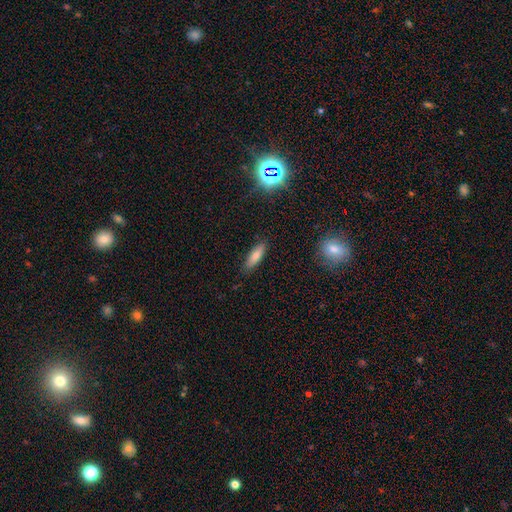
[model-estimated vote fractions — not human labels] Smooth or featured? Predicted: smooth (p=0.77). How rounded? Predicted: in between (p=0.49, tied with cigar-shaped). Merging? Predicted: none (p=0.85).